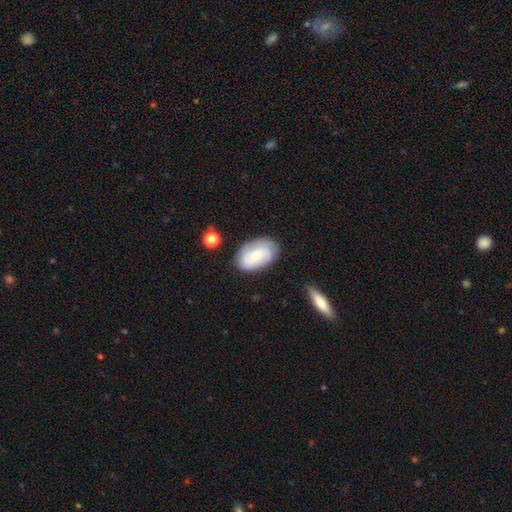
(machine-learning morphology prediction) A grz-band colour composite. It shows a smooth galaxy with no disk features (47%). Merging: none (76%).